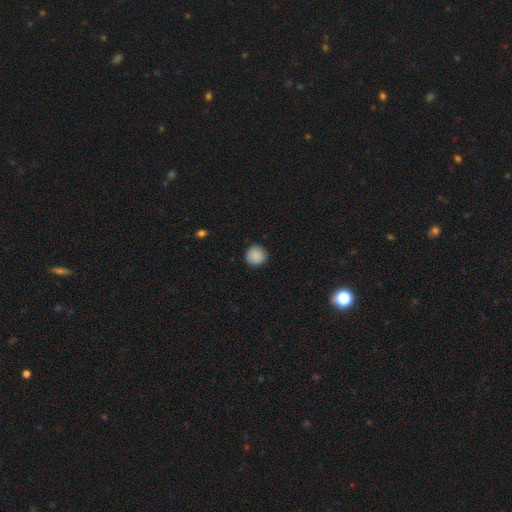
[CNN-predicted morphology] Smooth or featured? smooth (87%)
How rounded? round (94%)
Merging? none (89%)